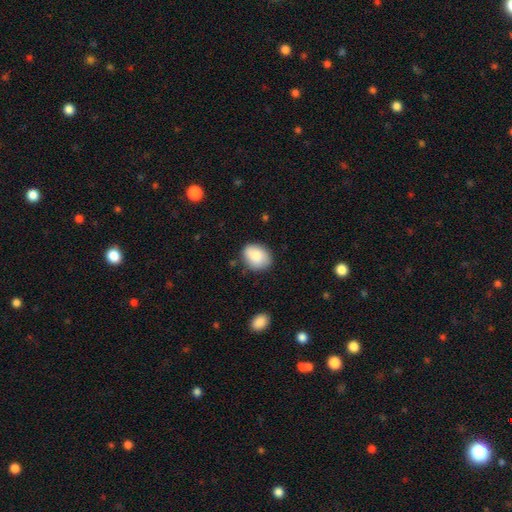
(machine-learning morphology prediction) Smooth or featured: smooth — 84% (featured or disk — 9%)
How rounded: in between — 55% (round — 44%)
Merging: none — 79% (minor disturbance — 16%)